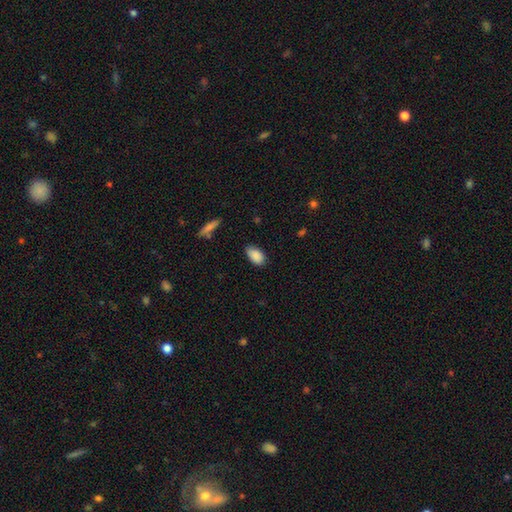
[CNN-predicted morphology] Q: Smooth or featured?
A: smooth (88%); runner-up: star or artifact (7%)
Q: How rounded?
A: in between (93%); runner-up: round (5%)
Q: Merging?
A: none (75%); runner-up: minor disturbance (20%)